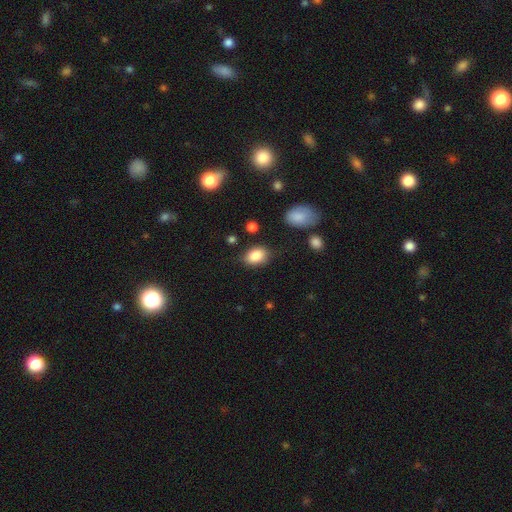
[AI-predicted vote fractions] smooth_or_featured: smooth (p=0.86) [alt: star or artifact p=0.08]
how_rounded: in between (p=0.82) [alt: round p=0.17]
merging: none (p=0.77) [alt: minor disturbance p=0.16]